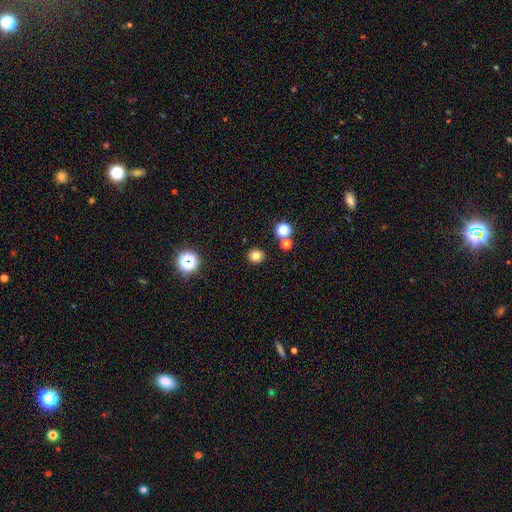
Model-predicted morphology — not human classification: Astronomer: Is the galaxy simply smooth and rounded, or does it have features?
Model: smooth — 78%.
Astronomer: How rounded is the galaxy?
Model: round — 86%.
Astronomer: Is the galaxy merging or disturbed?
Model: none — 90%.